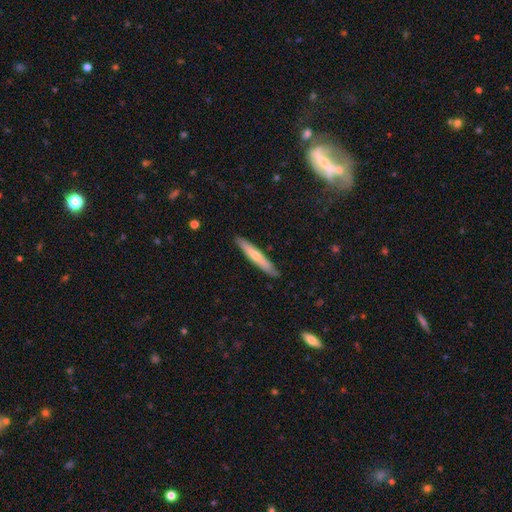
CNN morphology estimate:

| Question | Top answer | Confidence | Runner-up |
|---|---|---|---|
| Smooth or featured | smooth | 58% | featured or disk (37%) |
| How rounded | cigar-shaped | 93% | in between (6%) |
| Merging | none | 87% | minor disturbance (10%) |